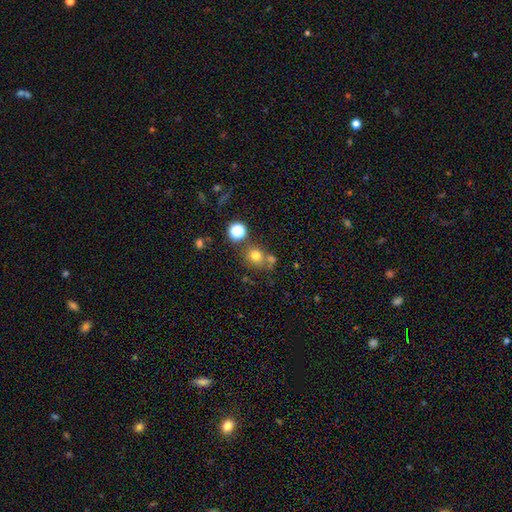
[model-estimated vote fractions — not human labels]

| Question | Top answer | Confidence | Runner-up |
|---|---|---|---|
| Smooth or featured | smooth | 74% | star or artifact (17%) |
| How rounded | round | 82% | in between (17%) |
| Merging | none | 64% | merger (20%) |